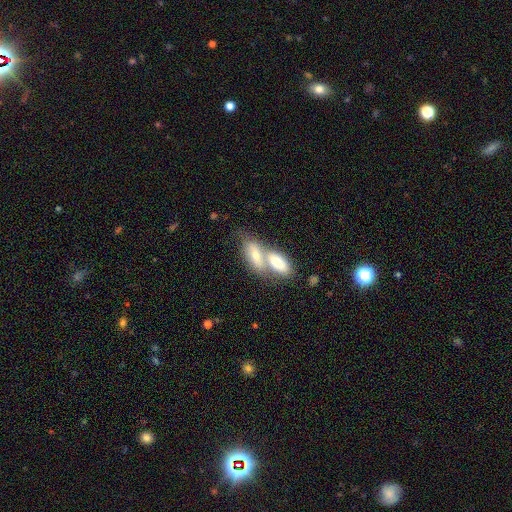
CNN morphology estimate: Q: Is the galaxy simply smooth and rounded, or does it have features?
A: smooth — 69%.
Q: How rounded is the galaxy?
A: in between — 79%.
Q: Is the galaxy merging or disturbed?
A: merger — 69%.